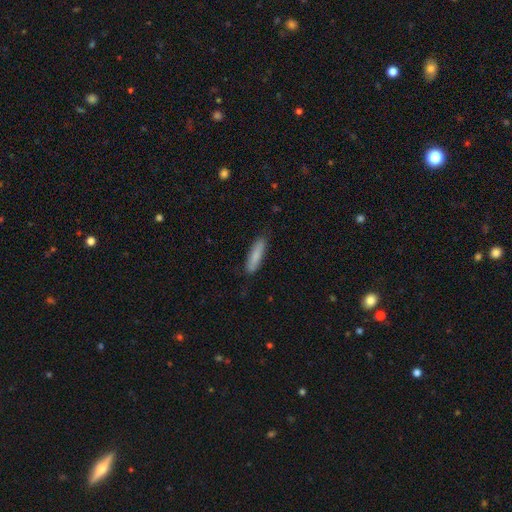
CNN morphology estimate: smooth-or-featured: smooth: 82% | featured or disk: 13% | star or artifact: 6%
  how-rounded: cigar-shaped: 75% | in between: 23% | round: 1%
  merging: none: 84% | minor disturbance: 12% | major disturbance: 2% | merger: 1%